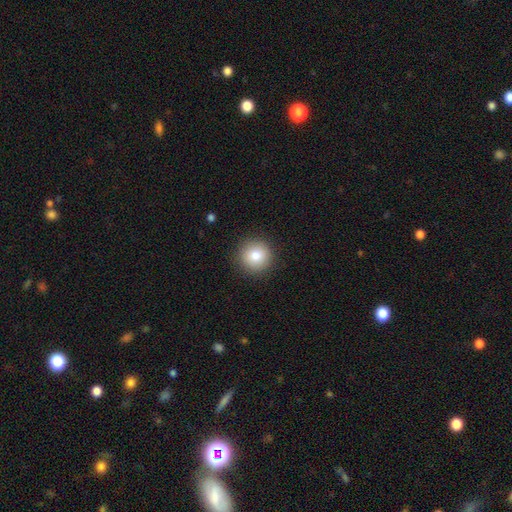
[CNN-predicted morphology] smooth-or-featured: smooth: 82% | star or artifact: 10% | featured or disk: 8%
  how-rounded: round: 95% | in between: 4% | cigar-shaped: 1%
  merging: none: 91% | minor disturbance: 6% | major disturbance: 2% | merger: 1%